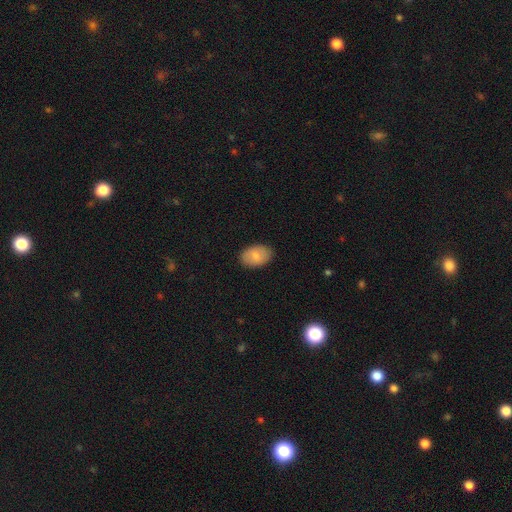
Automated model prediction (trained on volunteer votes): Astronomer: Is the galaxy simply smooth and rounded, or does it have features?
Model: smooth — 77%.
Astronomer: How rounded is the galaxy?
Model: in between — 87%.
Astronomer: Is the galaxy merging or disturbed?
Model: none — 88%.